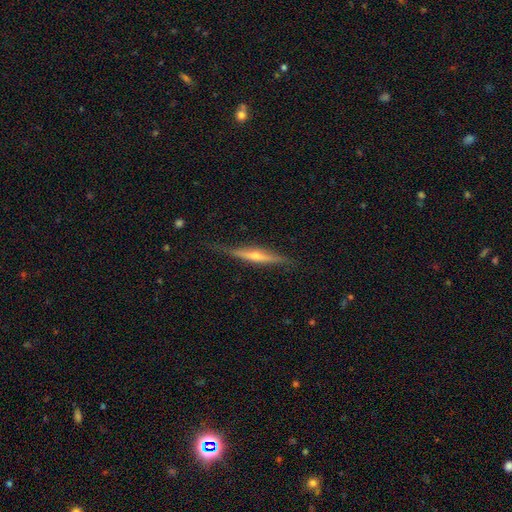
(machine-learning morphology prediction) Smooth or featured?
  - featured or disk: 74% *
  - smooth: 20%
  - star or artifact: 6%
Edge-on disk?
  - yes: 97% *
  - no: 3%
Edge-on bulge?
  - rounded: 81% *
  - none: 13%
  - boxy: 6%
Merging?
  - none: 81% *
  - minor disturbance: 14%
  - major disturbance: 3%
  - merger: 1%